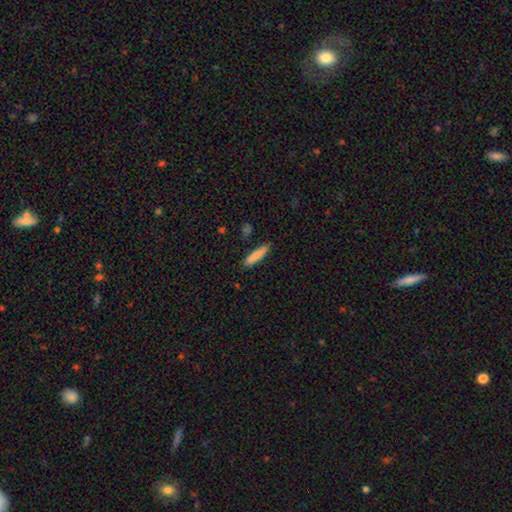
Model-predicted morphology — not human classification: This is clearly a smooth galaxy (82%). How rounded: clearly cigar-shaped (84%). Merging: clearly none (85%).